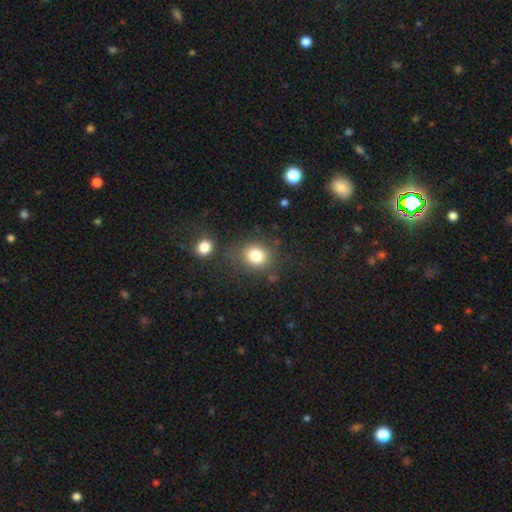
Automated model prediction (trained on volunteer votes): The model was most divided on "how rounded": round: 69%, in between: 31%, cigar-shaped: 1%. More confident: smooth or featured — smooth (81%); merging — none (74%).